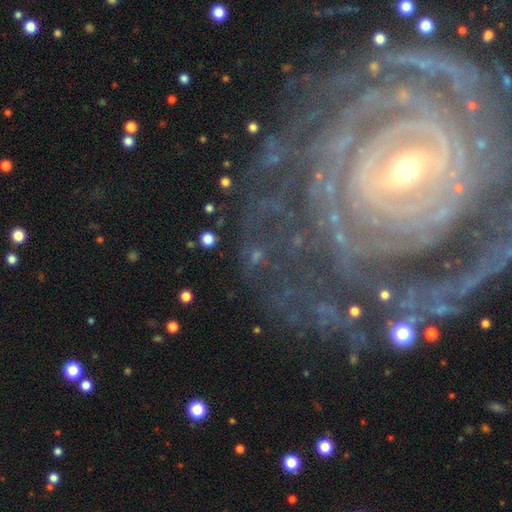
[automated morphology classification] This appears to be a featured or disk galaxy (52%). Merging: none (67%).